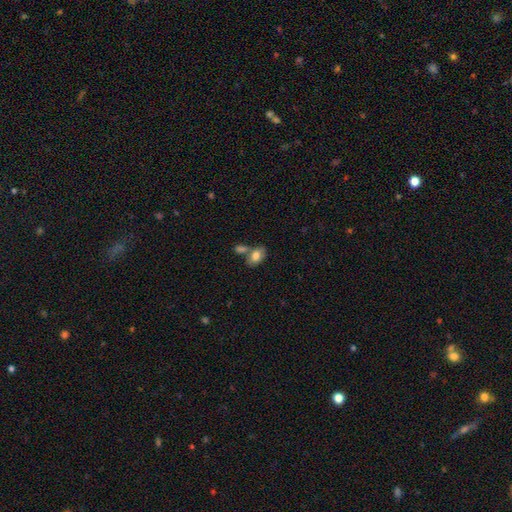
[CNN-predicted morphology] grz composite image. It shows a smooth galaxy with no disk features (77%) that is in between round and cigar-shaped (88%). Merging: none (53%).